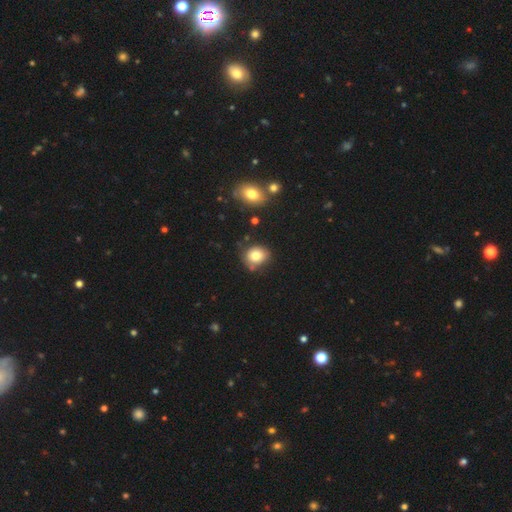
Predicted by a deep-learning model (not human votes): This is likely a smooth galaxy (80%). How rounded: likely round (70%). Merging: likely none (69%).